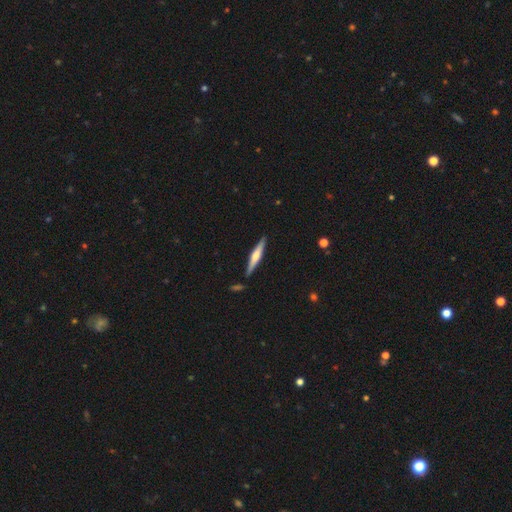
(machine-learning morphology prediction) This is possibly a featured or disk galaxy (59%). It is clearly viewed edge-on (97%). Edge-on bulge: clearly rounded (80%). Merging: clearly none (88%).